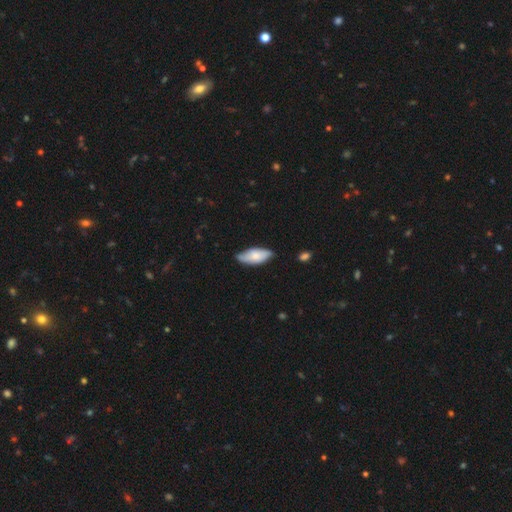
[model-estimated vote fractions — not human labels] Smooth or featured: smooth — 66% (featured or disk — 28%)
How rounded: in between — 83% (cigar-shaped — 15%)
Merging: none — 70% (minor disturbance — 25%)